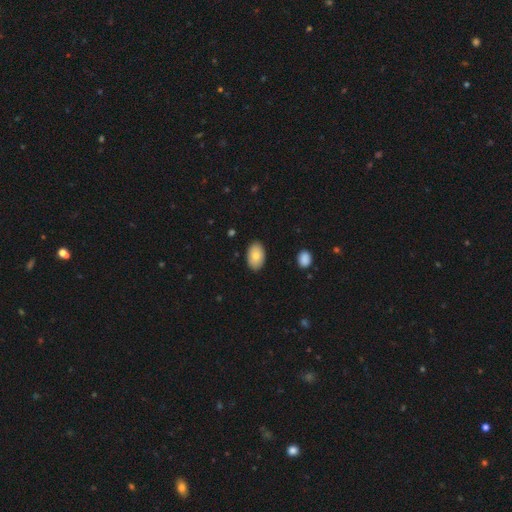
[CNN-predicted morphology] type=smooth (82%); roundness=in between (93%); merging=none (88%).